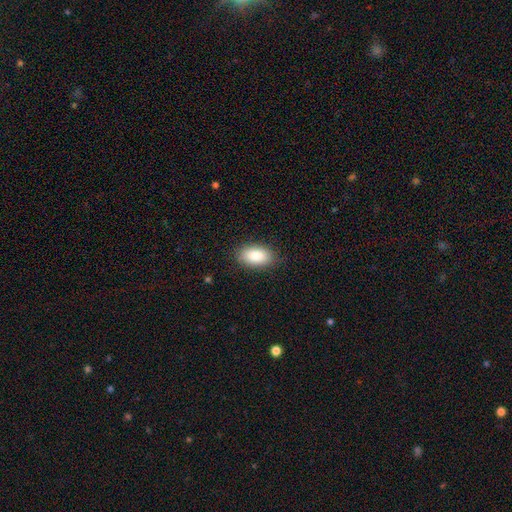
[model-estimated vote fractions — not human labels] Q: Smooth or featured?
A: smooth (88%); runner-up: star or artifact (7%)
Q: How rounded?
A: in between (93%); runner-up: round (4%)
Q: Merging?
A: none (85%); runner-up: minor disturbance (12%)